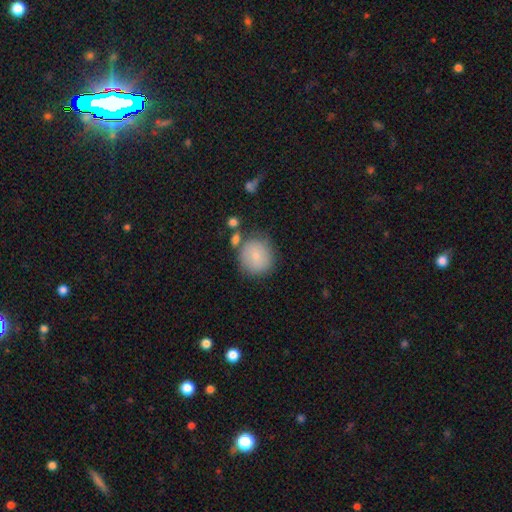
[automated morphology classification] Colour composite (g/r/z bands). It shows a smooth galaxy with no disk features (80%) that is round (90%). Merging: none (74%).